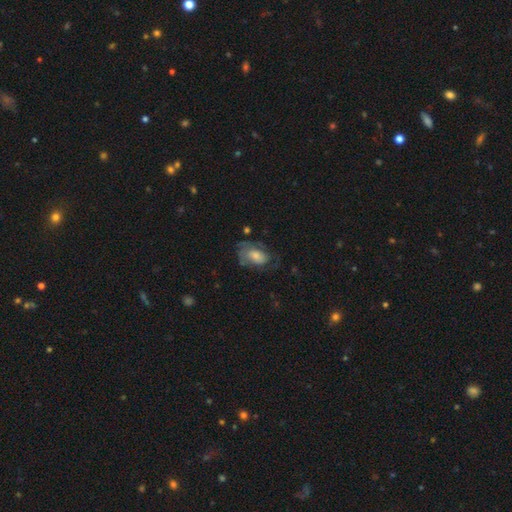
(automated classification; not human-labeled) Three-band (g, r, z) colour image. It shows a featured or disk galaxy (47%). Merging: none (46%).